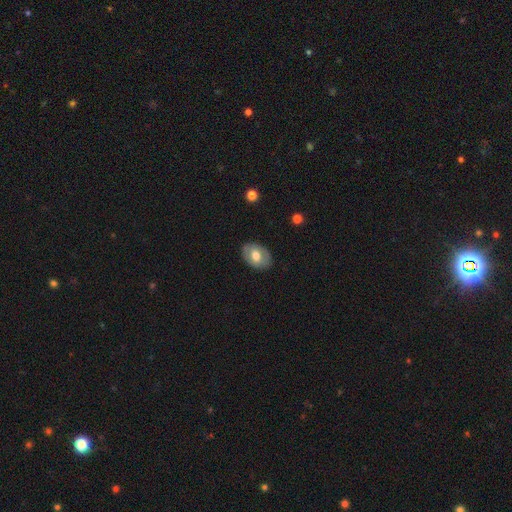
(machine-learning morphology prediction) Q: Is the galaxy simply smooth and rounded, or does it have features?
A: smooth — 62%.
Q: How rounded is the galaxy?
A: in between — 83%.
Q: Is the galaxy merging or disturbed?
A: none — 84%.